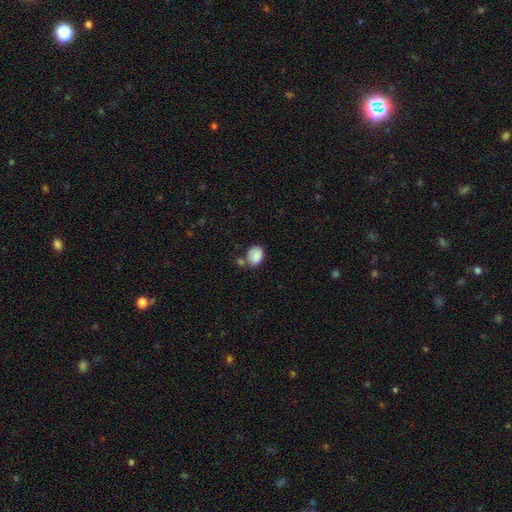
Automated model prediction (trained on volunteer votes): Smooth or featured: smooth — 85% (star or artifact — 8%)
How rounded: in between — 62% (round — 37%)
Merging: none — 49% (merger — 23%)